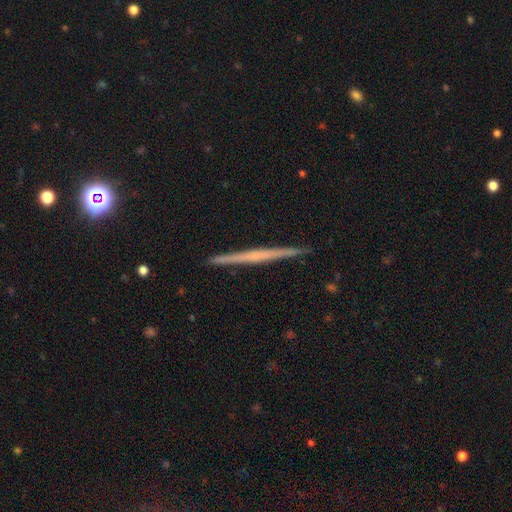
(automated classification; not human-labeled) A featured or disk galaxy (64%) viewed edge-on (98%) with no central bulge (78%).

Vote fractions:
- Smooth or featured? featured or disk: 64% / smooth: 29% / star or artifact: 7%
- Edge-on disk? yes: 98% / no: 2%
- Edge-on bulge? none: 78% / rounded: 16% / boxy: 6%
- Merging? none: 93% / minor disturbance: 5% / major disturbance: 1% / merger: 1%